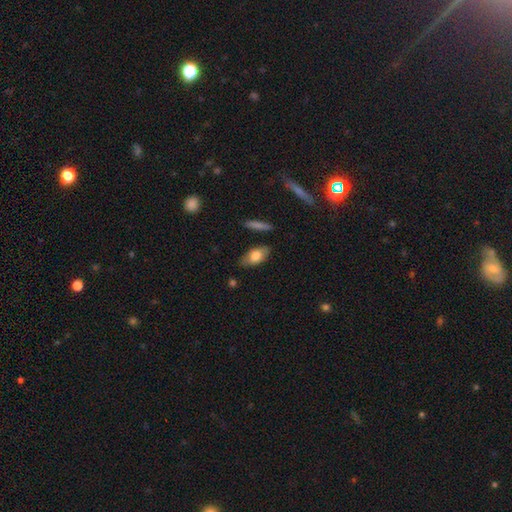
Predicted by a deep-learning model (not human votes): smooth_or_featured: smooth (p=0.75) [alt: featured or disk p=0.18]
how_rounded: in between (p=0.88) [alt: cigar-shaped p=0.08]
merging: none (p=0.81) [alt: minor disturbance p=0.14]